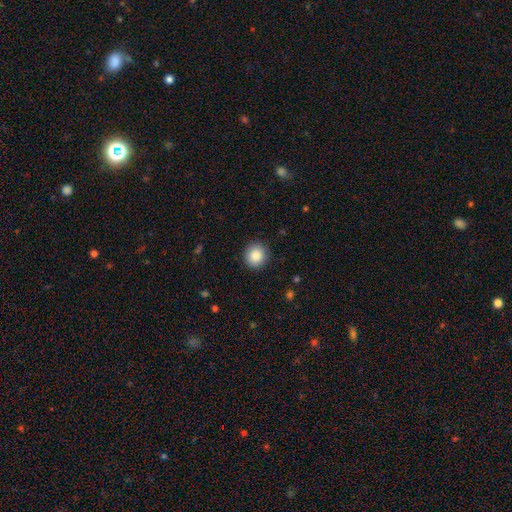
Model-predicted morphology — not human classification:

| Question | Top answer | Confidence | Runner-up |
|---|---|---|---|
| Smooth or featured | smooth | 86% | star or artifact (9%) |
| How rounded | round | 91% | in between (8%) |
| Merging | none | 91% | minor disturbance (6%) |